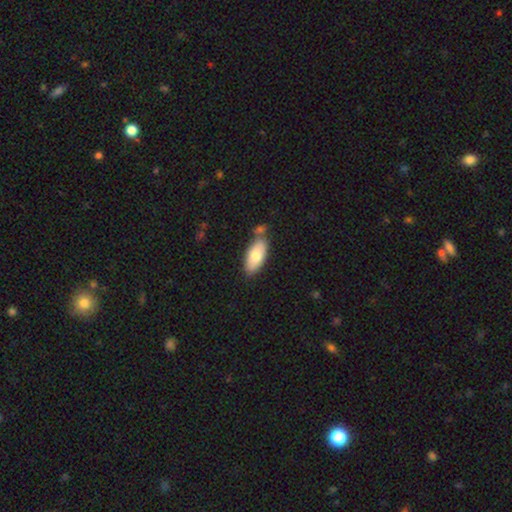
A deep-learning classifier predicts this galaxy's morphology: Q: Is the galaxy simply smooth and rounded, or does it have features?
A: smooth — 78%.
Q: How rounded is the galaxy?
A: in between — 88%.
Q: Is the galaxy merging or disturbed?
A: none — 68%.